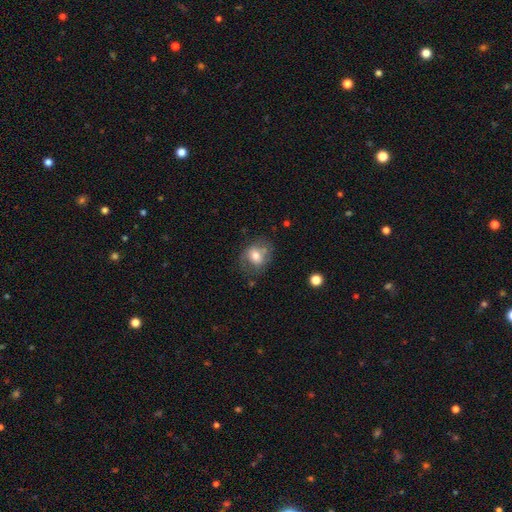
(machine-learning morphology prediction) A smooth galaxy with no disk features (67%) that is round (54%).

Vote fractions:
- Smooth or featured? smooth: 67% / featured or disk: 24% / star or artifact: 9%
- How rounded? round: 54% / in between: 45% / cigar-shaped: 1%
- Merging? none: 59% / minor disturbance: 23% / major disturbance: 11% / merger: 6%